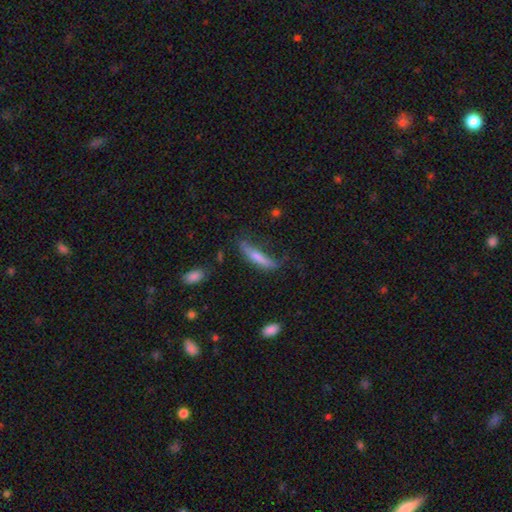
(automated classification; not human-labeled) A smooth galaxy with no disk features (47%).

Vote fractions:
- Smooth or featured? smooth: 47% / featured or disk: 41% / star or artifact: 13%
- Merging? none: 52% / minor disturbance: 28% / major disturbance: 17% / merger: 4%